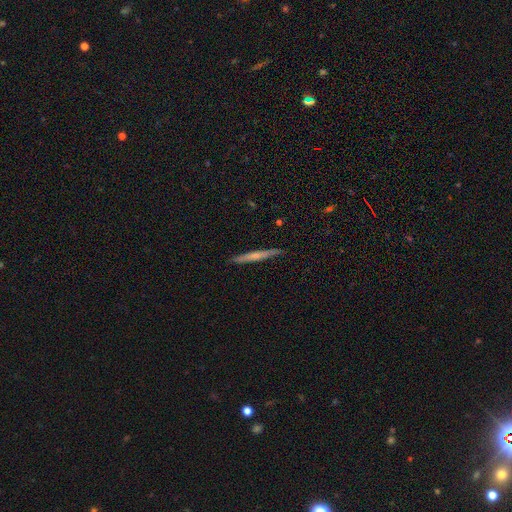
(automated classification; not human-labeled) smooth 47% (tied), featured or disk 47% (tied), star or artifact 6%. Down the decision tree: merging — none (89%).